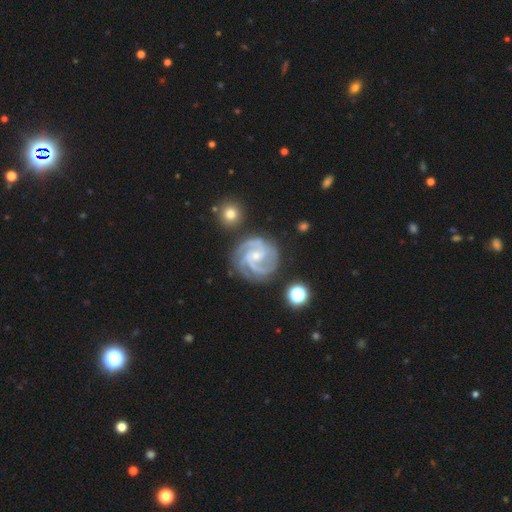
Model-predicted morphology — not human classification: type=featured or disk (92%); edge-on=no (98%); bar=no (50%); spiral arms=yes (98%); winding=tight (48%); arm count=3 (53%); bulge=small (69%); merging=none (74%).